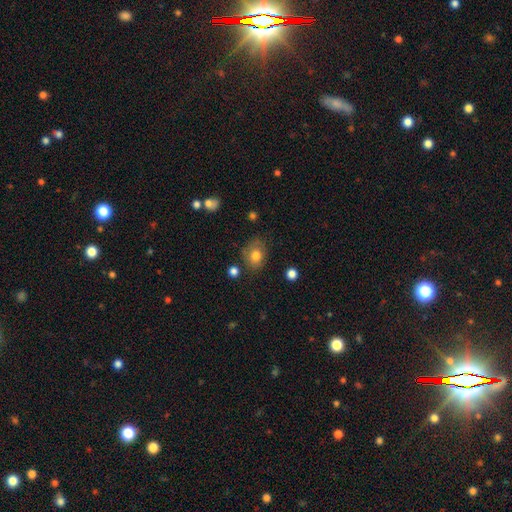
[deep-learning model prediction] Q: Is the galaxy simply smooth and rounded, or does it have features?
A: smooth — 78%.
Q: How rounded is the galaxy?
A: round — 54%.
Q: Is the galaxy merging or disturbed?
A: none — 68%.